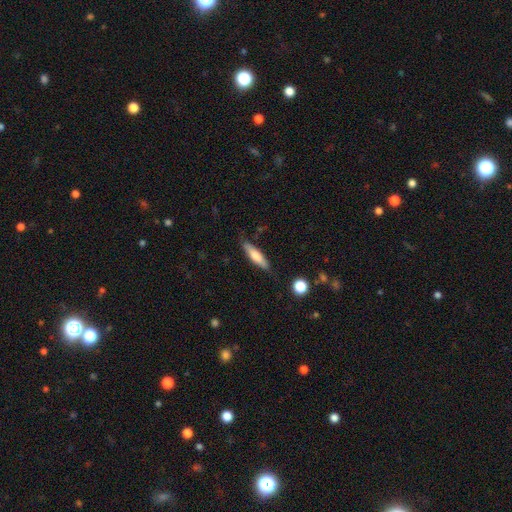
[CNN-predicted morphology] This appears to be a smooth galaxy with no disk features (69%) that is cigar-shaped (72%). Merging: none (79%).